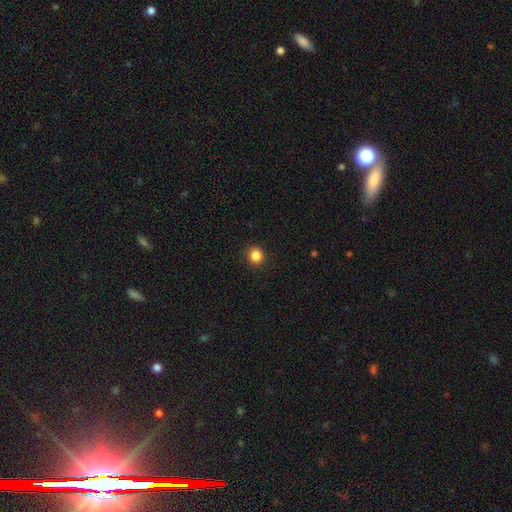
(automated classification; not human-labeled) smooth 86%, star or artifact 11%, featured or disk 3%. Down the decision tree: how rounded — round (91%); merging — none (92%).